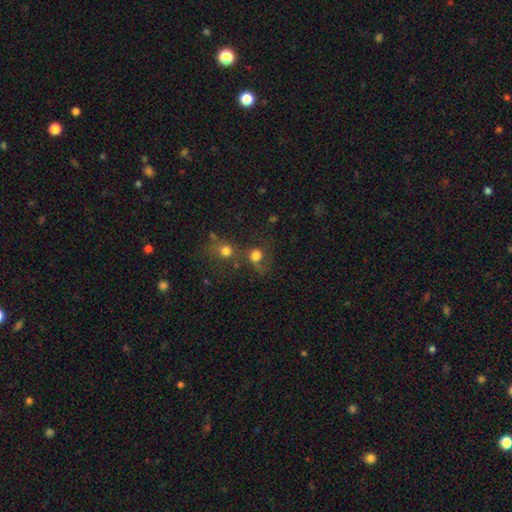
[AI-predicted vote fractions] This is likely a smooth galaxy (71%). How rounded: likely round (79%). Merging: marginally merger (37%).